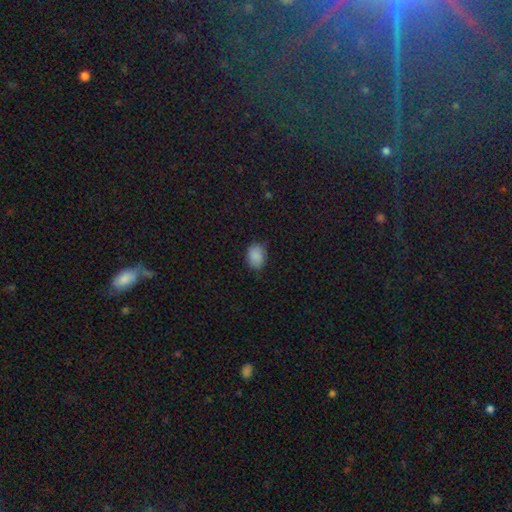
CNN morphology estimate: smooth 88%, star or artifact 9%, featured or disk 4%. Down the decision tree: how rounded — in between (69%); merging — none (75%).